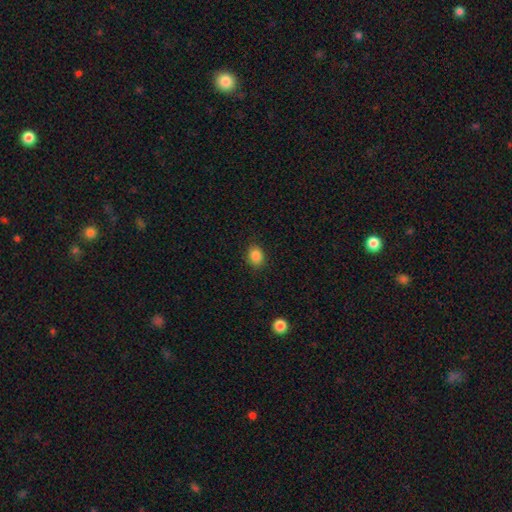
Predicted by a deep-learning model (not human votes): This appears to be a smooth galaxy with no disk features (86%) that is round (52%). Merging: none (87%).